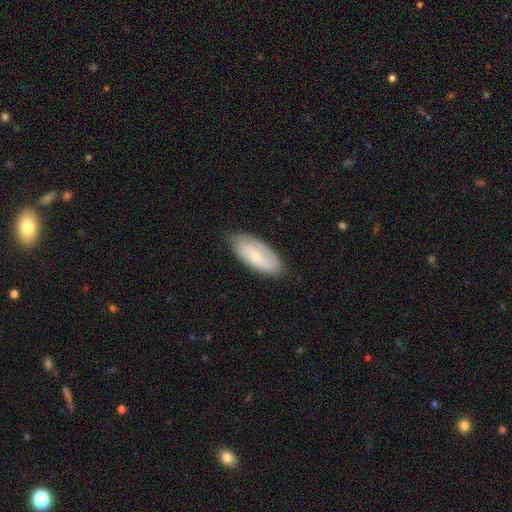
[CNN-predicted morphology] This appears to be a smooth galaxy with no disk features (47%). Merging: none (79%).